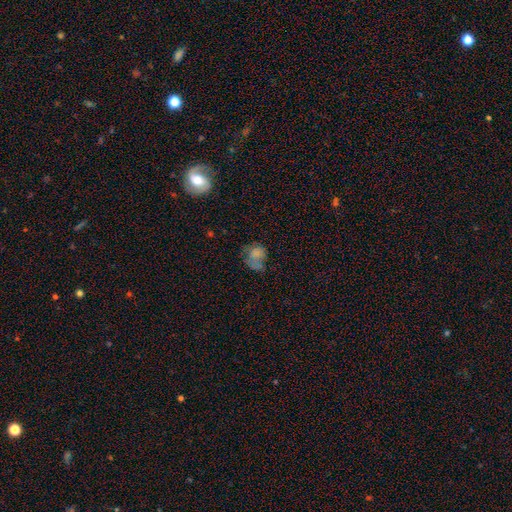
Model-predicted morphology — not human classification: smooth-or-featured: smooth: 67% | featured or disk: 19% | star or artifact: 14%
  how-rounded: round: 57% | in between: 42% | cigar-shaped: 1%
  merging: none: 35% | minor disturbance: 28% | major disturbance: 28% | merger: 9%